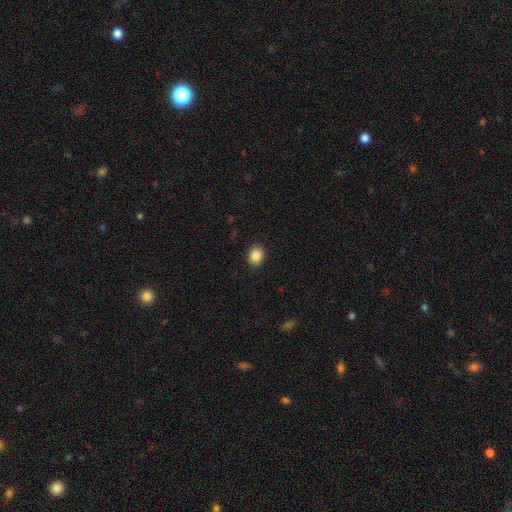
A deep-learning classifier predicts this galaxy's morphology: Q: Smooth or featured?
A: smooth (87%); runner-up: star or artifact (9%)
Q: How rounded?
A: round (54%); runner-up: in between (45%)
Q: Merging?
A: none (90%); runner-up: minor disturbance (7%)